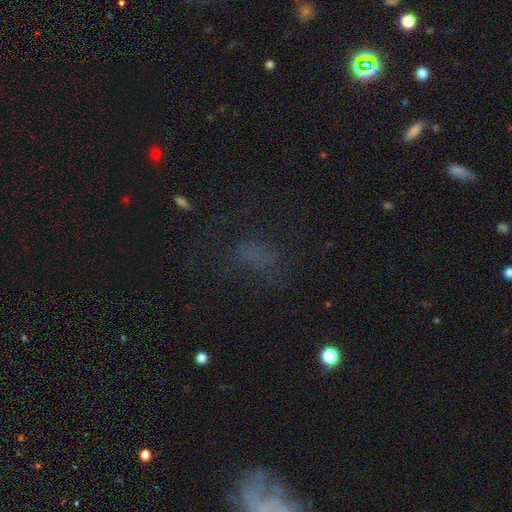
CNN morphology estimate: Smooth or featured? smooth (44%)
Merging? none (60%)